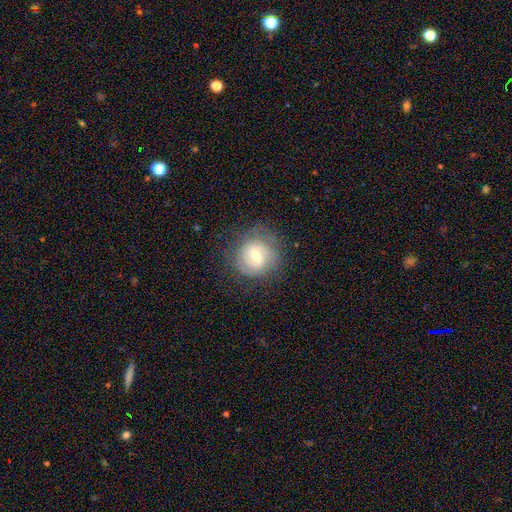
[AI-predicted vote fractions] Overall: featured or disk (64%; smooth 27%). Edge-on disk: no (96%). Bar: weak (57%; strong 22%). Spiral arms: yes (83%). Spiral arm count: 2 (48%; can't tell 33%). Spiral winding: tight (52%; medium 34%). Bulge size: moderate (50%; small 43%). Merging: none (76%).